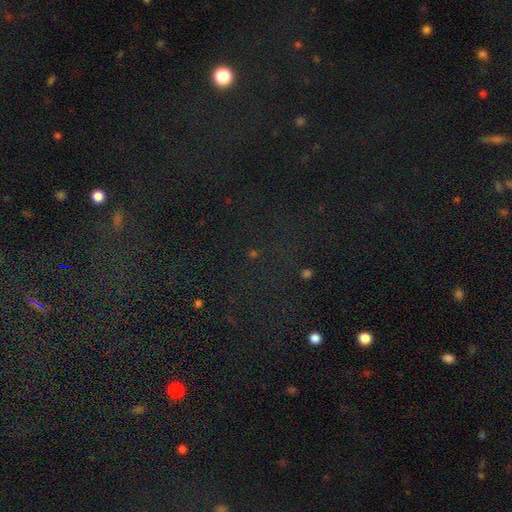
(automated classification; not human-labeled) A star or artifact, not a galaxy (73%).